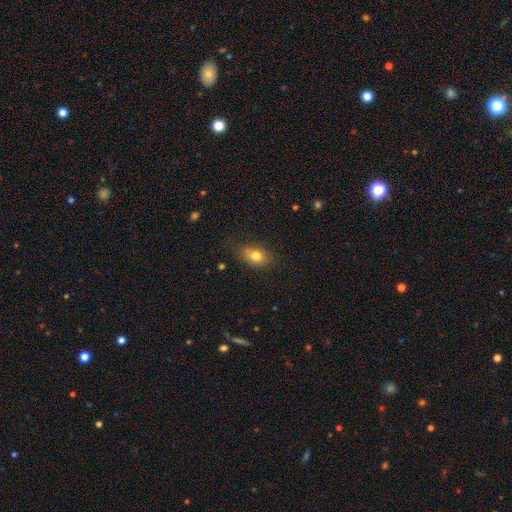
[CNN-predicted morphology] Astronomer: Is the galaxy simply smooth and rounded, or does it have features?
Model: smooth — 78%.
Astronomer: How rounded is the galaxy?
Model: in between — 74%.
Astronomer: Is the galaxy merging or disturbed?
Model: none — 73%.